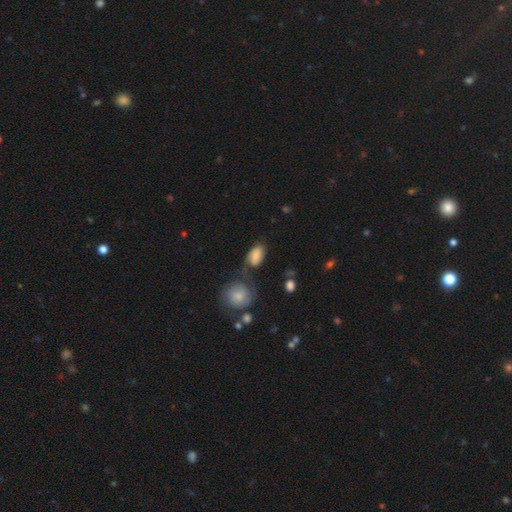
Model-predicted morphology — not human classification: This is likely a smooth galaxy (72%). How rounded: clearly in between (89%). Merging: marginally none (42%).